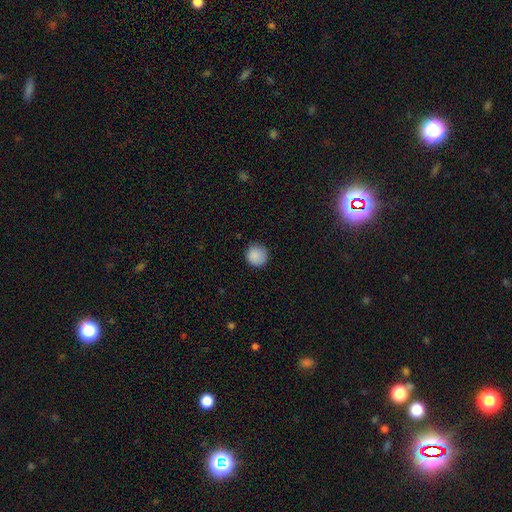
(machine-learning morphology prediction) A smooth galaxy with no disk features (88%) that is round (94%). Merging: none (87%).